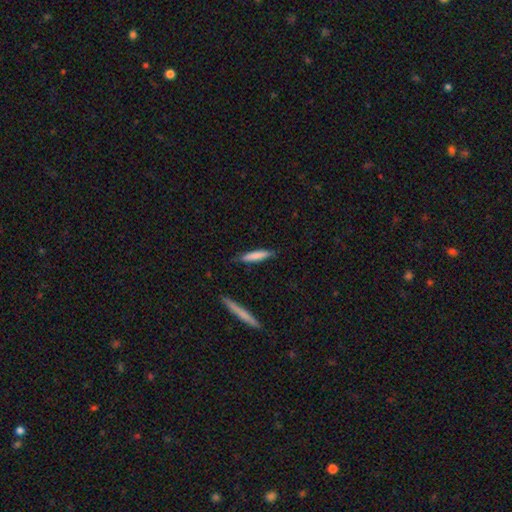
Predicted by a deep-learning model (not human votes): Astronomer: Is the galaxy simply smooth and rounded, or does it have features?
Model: smooth — 78%.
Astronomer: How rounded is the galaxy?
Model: cigar-shaped — 86%.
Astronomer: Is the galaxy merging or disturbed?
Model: none — 83%.